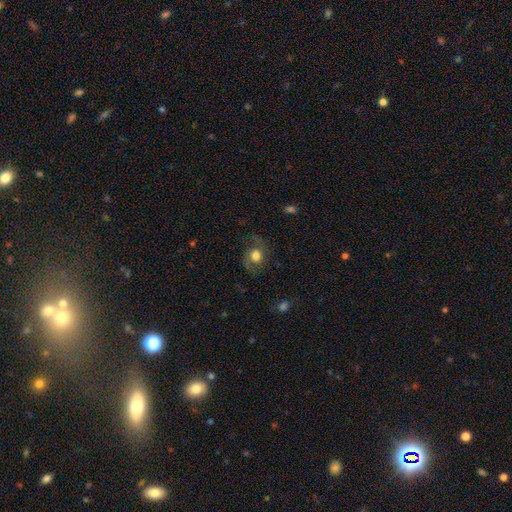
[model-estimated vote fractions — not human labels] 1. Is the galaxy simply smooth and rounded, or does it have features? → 52% smooth, 38% featured or disk, 10% star or artifact.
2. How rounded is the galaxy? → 61% round, 38% in between, 1% cigar-shaped.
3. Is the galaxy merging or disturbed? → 66% none, 19% minor disturbance, 13% major disturbance, 2% merger.